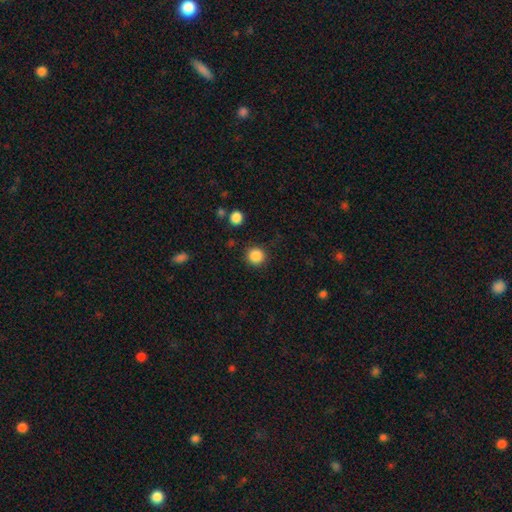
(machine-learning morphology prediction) A smooth galaxy with no disk features (86%) that is round (94%). Merging: none (89%).